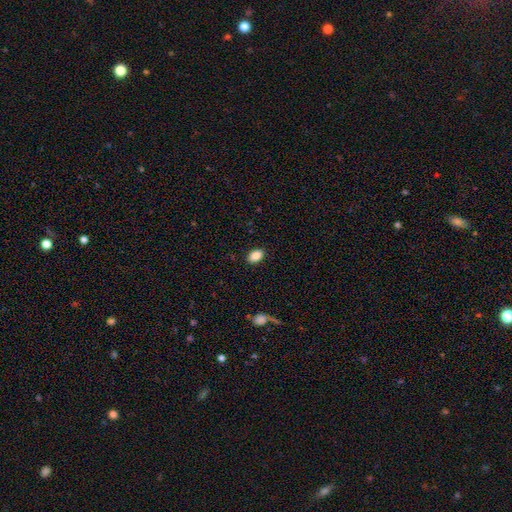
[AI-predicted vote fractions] Overall: smooth (88%). How rounded: in between (88%). Merging: none (88%).